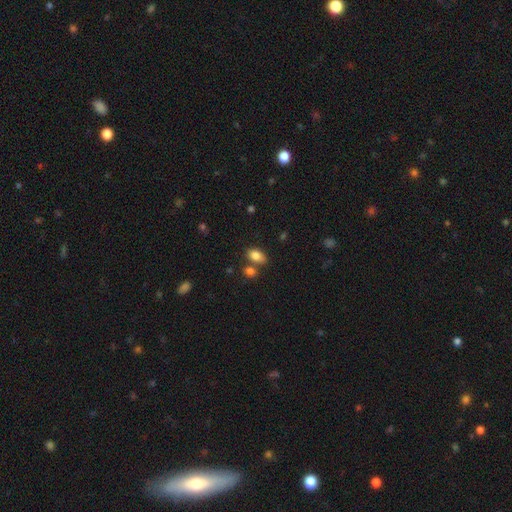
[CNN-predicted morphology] Q: Smooth or featured?
A: smooth (84%); runner-up: star or artifact (9%)
Q: How rounded?
A: in between (88%); runner-up: round (10%)
Q: Merging?
A: none (62%); runner-up: merger (21%)